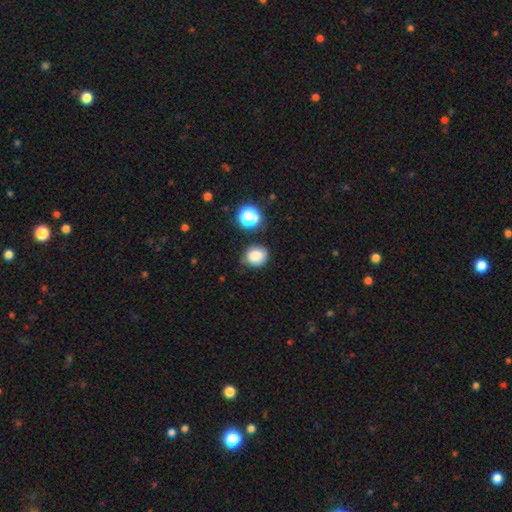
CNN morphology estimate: smooth_or_featured: smooth (p=0.82) [alt: star or artifact p=0.12]
how_rounded: round (p=0.74) [alt: in between p=0.25]
merging: none (p=0.77) [alt: minor disturbance p=0.16]